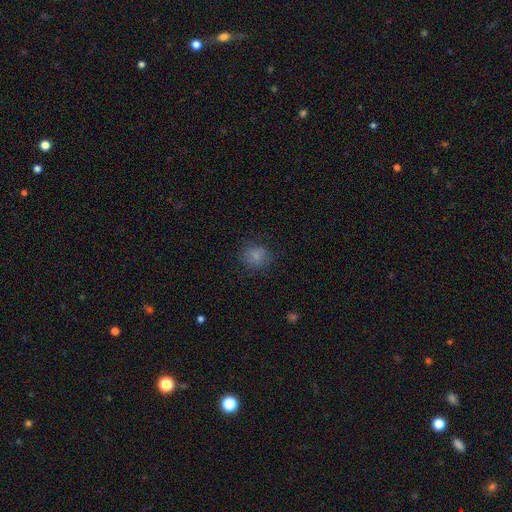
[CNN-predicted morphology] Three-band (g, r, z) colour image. It shows a smooth galaxy with no disk features (82%) that is round (82%). Merging: none (81%).